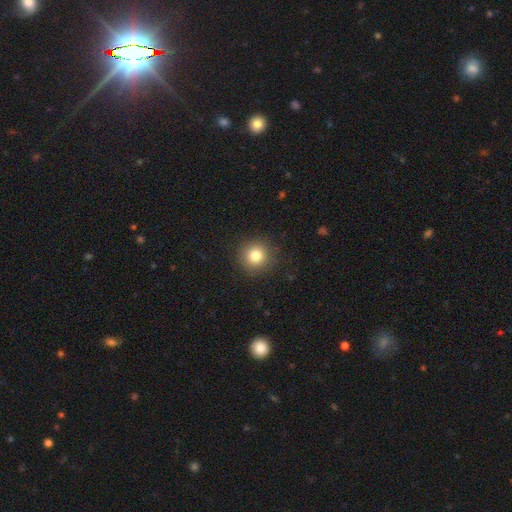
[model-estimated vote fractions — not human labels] smooth-or-featured: smooth: 80% | star or artifact: 12% | featured or disk: 8%
  how-rounded: round: 94% | in between: 5% | cigar-shaped: 1%
  merging: none: 90% | minor disturbance: 7% | major disturbance: 2% | merger: 1%